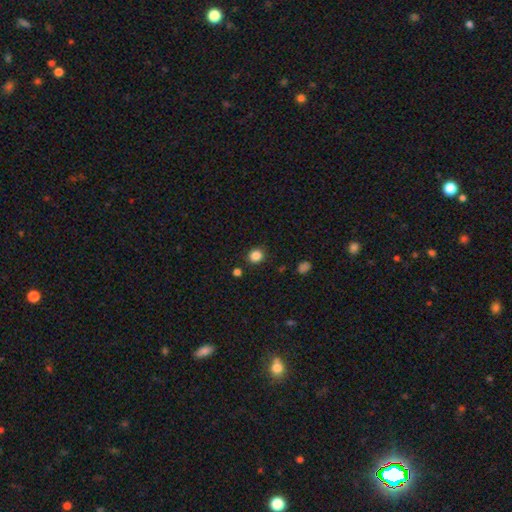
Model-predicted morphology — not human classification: smooth_or_featured: smooth (p=0.85) [alt: star or artifact p=0.11]
how_rounded: round (p=0.82) [alt: in between p=0.17]
merging: none (p=0.88) [alt: minor disturbance p=0.08]